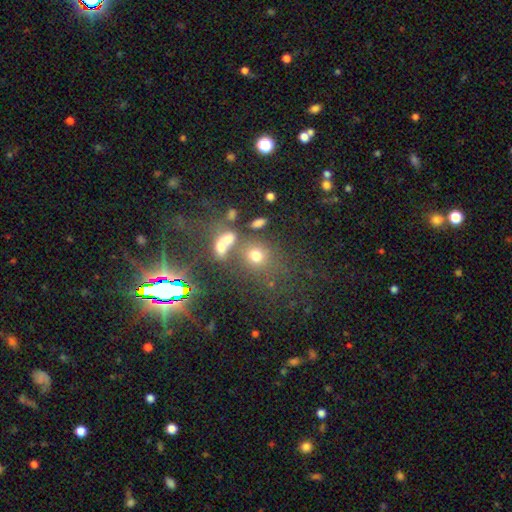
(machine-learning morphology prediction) Q: Smooth or featured?
A: smooth (57%); runner-up: star or artifact (30%)
Q: How rounded?
A: round (72%); runner-up: in between (26%)
Q: Merging?
A: none (51%); runner-up: merger (30%)